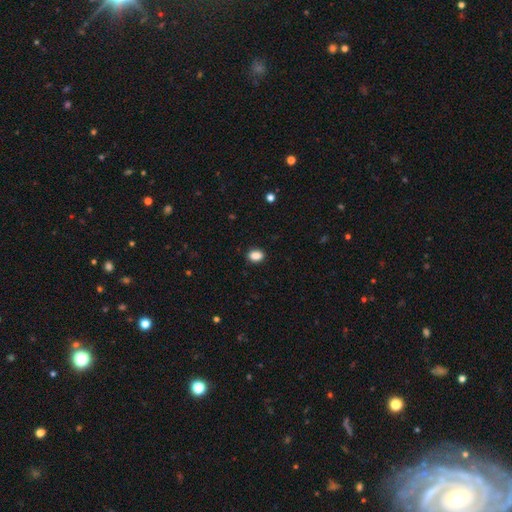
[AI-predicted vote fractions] A smooth galaxy with no disk features (88%) that is in between round and cigar-shaped (71%).

Vote fractions:
- Smooth or featured? smooth: 88% / star or artifact: 9% / featured or disk: 3%
- How rounded? in between: 71% / round: 28% / cigar-shaped: 1%
- Merging? none: 89% / minor disturbance: 8% / major disturbance: 2% / merger: 1%